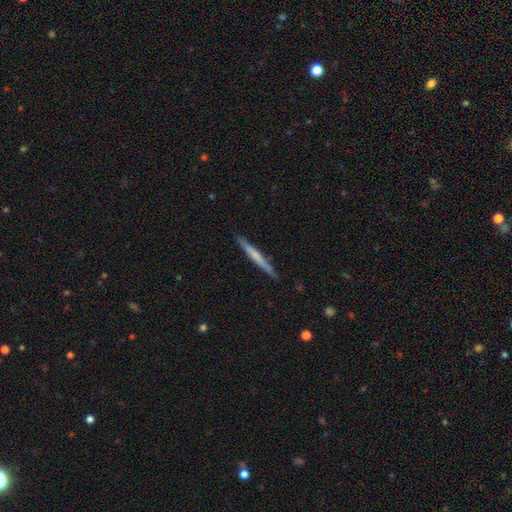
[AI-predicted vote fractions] smooth-or-featured: smooth: 47% (tied) | featured or disk: 47% (tied) | star or artifact: 6%
  merging: none: 90% | minor disturbance: 8% | major disturbance: 1% | merger: 1%